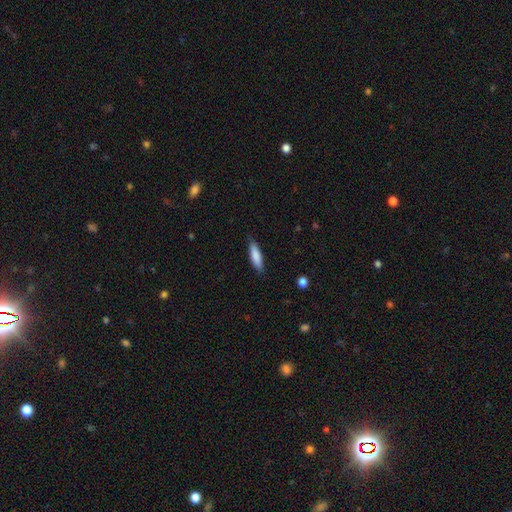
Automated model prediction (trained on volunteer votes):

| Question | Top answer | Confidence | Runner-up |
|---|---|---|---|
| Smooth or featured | smooth | 83% | featured or disk (12%) |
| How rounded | cigar-shaped | 67% | in between (32%) |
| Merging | none | 84% | minor disturbance (12%) |